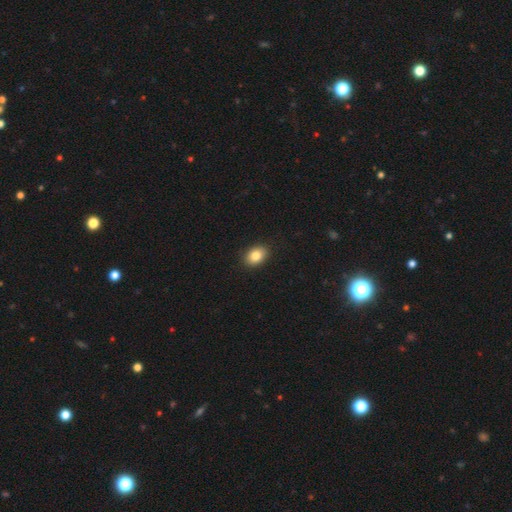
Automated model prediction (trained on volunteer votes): This is clearly a smooth galaxy (84%). How rounded: likely in between (77%). Merging: clearly none (90%).